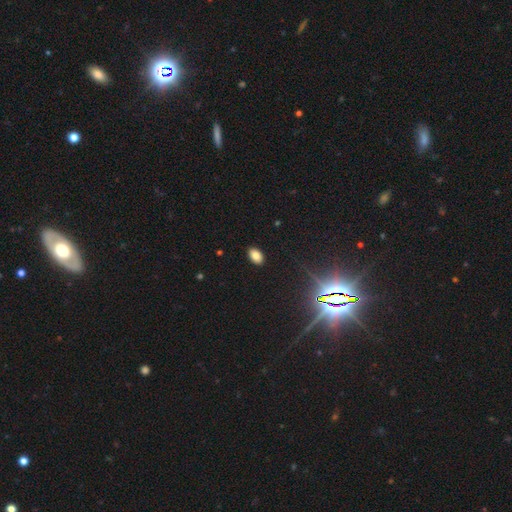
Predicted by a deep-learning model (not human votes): Smooth or featured? smooth (84%)
How rounded? in between (91%)
Merging? none (89%)